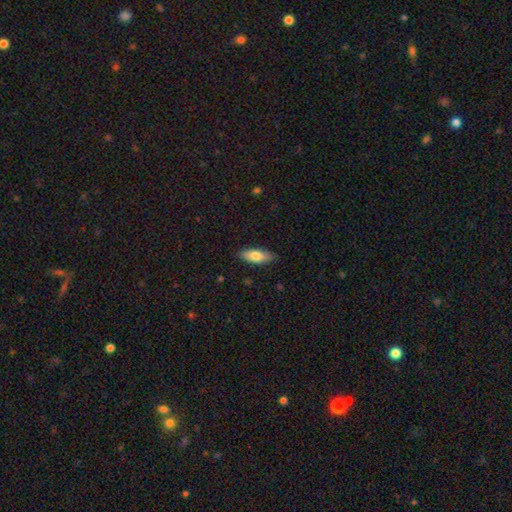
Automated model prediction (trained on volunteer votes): smooth-or-featured: smooth: 76% | featured or disk: 18% | star or artifact: 6%
  how-rounded: in between: 73% | cigar-shaped: 25% | round: 2%
  merging: none: 85% | minor disturbance: 12% | major disturbance: 2% | merger: 1%